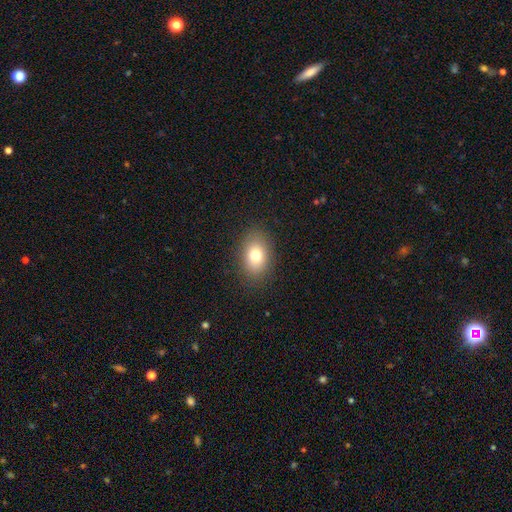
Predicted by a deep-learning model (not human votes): smooth_or_featured: smooth (p=0.76) [alt: featured or disk p=0.13]
how_rounded: in between (p=0.78) [alt: round p=0.21]
merging: none (p=0.86) [alt: minor disturbance p=0.10]